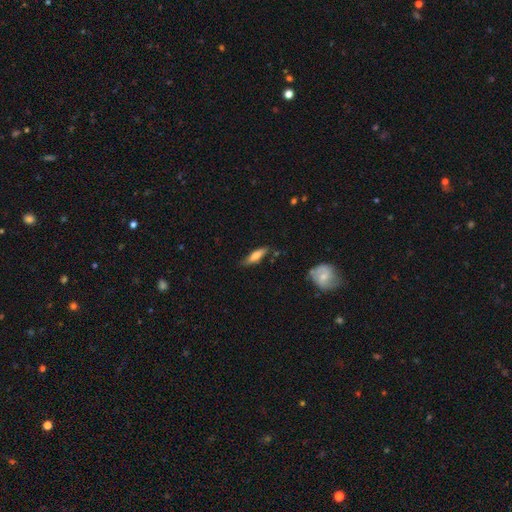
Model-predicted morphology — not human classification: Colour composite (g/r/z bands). It shows a smooth galaxy with no disk features (64%) that is cigar-shaped (65%). Merging: none (74%).